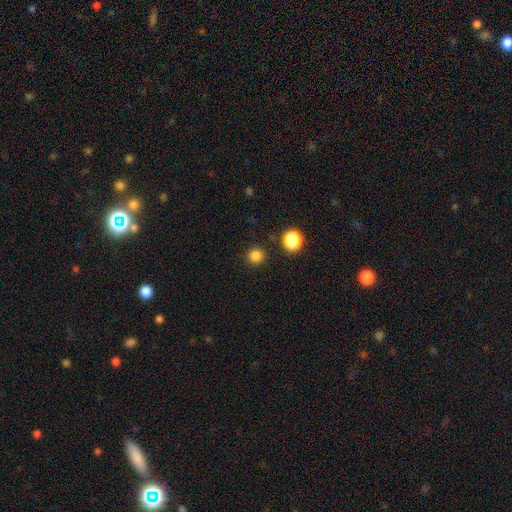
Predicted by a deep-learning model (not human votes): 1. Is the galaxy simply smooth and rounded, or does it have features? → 83% smooth, 14% star or artifact, 3% featured or disk.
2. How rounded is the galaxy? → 93% round, 6% in between, 1% cigar-shaped.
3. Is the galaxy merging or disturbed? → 89% none, 6% minor disturbance, 2% major disturbance, 2% merger.